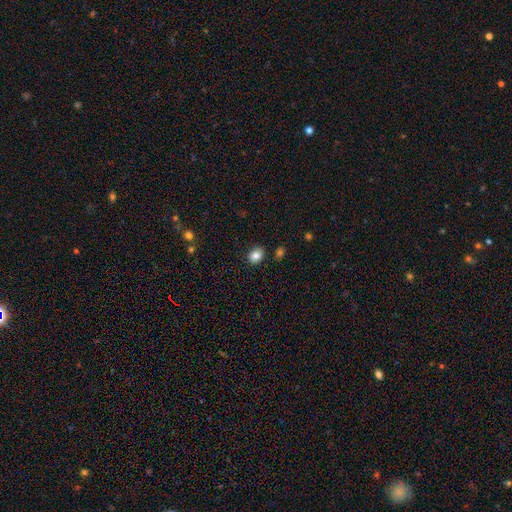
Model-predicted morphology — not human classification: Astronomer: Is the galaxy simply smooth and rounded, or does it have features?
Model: smooth — 85%.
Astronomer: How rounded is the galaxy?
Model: in between — 61% (runner-up: round, 38%).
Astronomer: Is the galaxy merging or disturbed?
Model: none — 86%.